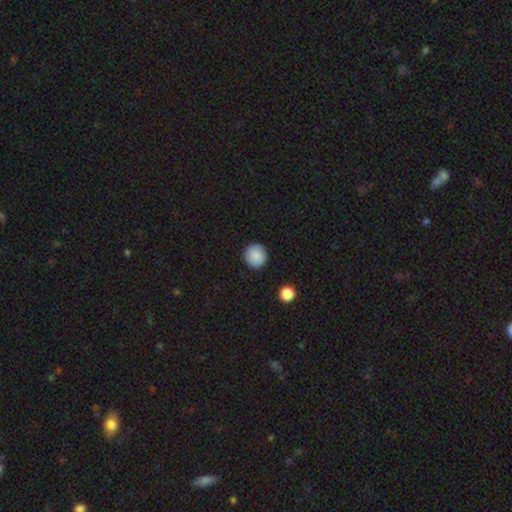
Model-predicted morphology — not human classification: smooth_or_featured: smooth (p=0.88) [alt: star or artifact p=0.08]
how_rounded: round (p=0.94) [alt: in between p=0.05]
merging: none (p=0.91) [alt: minor disturbance p=0.06]